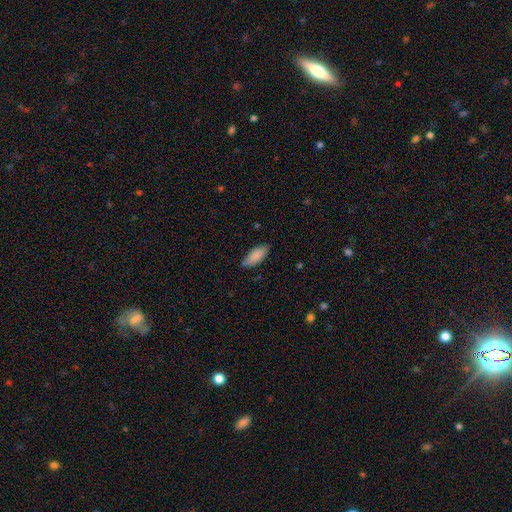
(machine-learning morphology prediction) Q: Smooth or featured?
A: smooth (88%); runner-up: featured or disk (6%)
Q: How rounded?
A: in between (82%); runner-up: cigar-shaped (16%)
Q: Merging?
A: none (76%); runner-up: minor disturbance (20%)